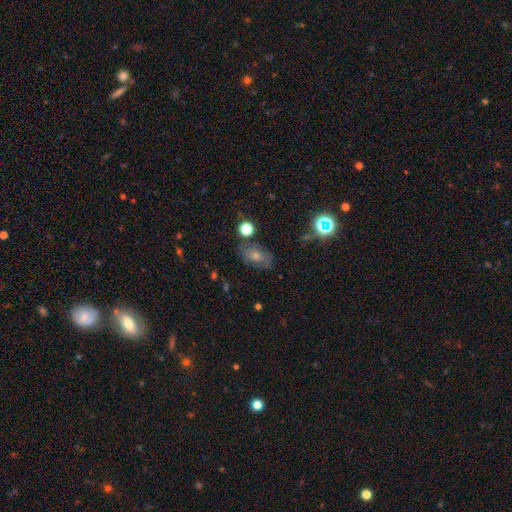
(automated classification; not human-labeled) A smooth galaxy with no disk features (62%) that is in between round and cigar-shaped (83%).

Vote fractions:
- Smooth or featured? smooth: 62% / featured or disk: 24% / star or artifact: 14%
- How rounded? in between: 83% / round: 15% / cigar-shaped: 3%
- Merging? none: 69% / minor disturbance: 19% / major disturbance: 7% / merger: 5%